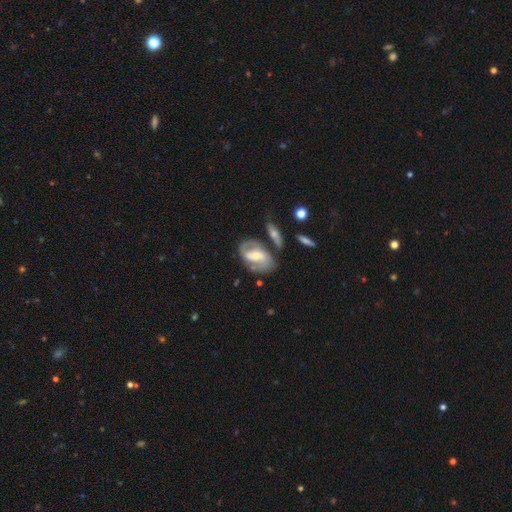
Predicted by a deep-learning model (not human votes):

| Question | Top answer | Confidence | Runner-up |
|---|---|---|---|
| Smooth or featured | featured or disk | 74% | smooth (20%) |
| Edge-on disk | no | 94% | yes (6%) |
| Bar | weak | 39% | no (33%) |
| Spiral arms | yes | 81% | no (19%) |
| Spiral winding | medium | 45% | tight (33%) |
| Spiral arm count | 2 | 75% | can't tell (15%) |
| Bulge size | moderate | 58% | small (36%) |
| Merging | none | 60% | minor disturbance (18%) |